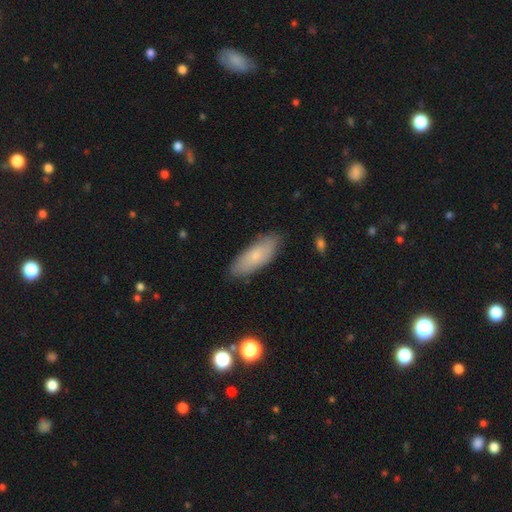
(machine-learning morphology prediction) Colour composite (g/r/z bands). It shows a smooth galaxy with no disk features (71%) that is in between round and cigar-shaped (69%). Merging: none (83%).